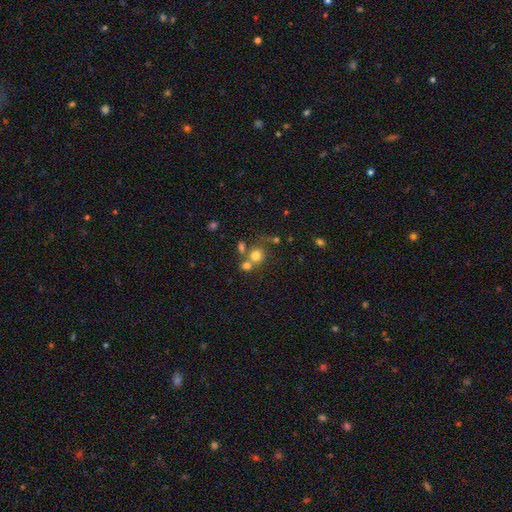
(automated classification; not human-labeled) This appears to be a smooth galaxy with no disk features (71%) that is round (85%). Merging: none (49%).